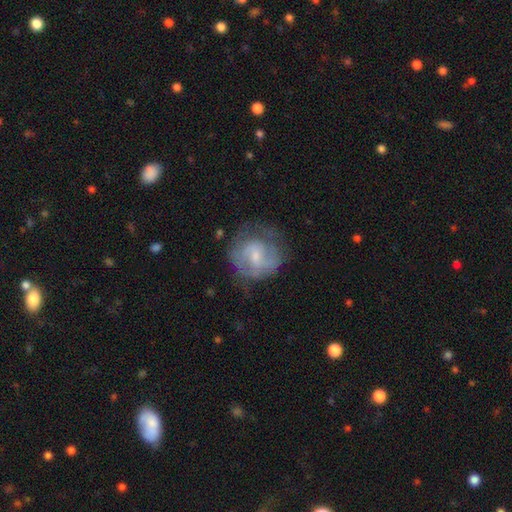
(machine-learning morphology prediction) Q: Smooth or featured?
A: featured or disk (65%); runner-up: smooth (28%)
Q: Edge-on disk?
A: no (98%); runner-up: yes (2%)
Q: Bar?
A: weak (50%); runner-up: no (40%)
Q: Spiral arms?
A: yes (77%); runner-up: no (23%)
Q: Bulge size?
A: small (59%); runner-up: moderate (31%)
Q: Merging?
A: none (59%); runner-up: minor disturbance (23%)